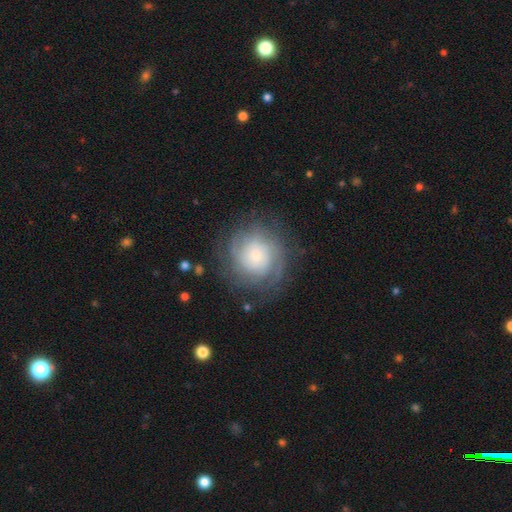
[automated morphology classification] type=featured or disk (66%); edge-on=no (98%); bar=no (75%); spiral arms=yes (90%); winding=tight (63%); arm count=can't tell (42%); bulge=small (53%); merging=none (75%).